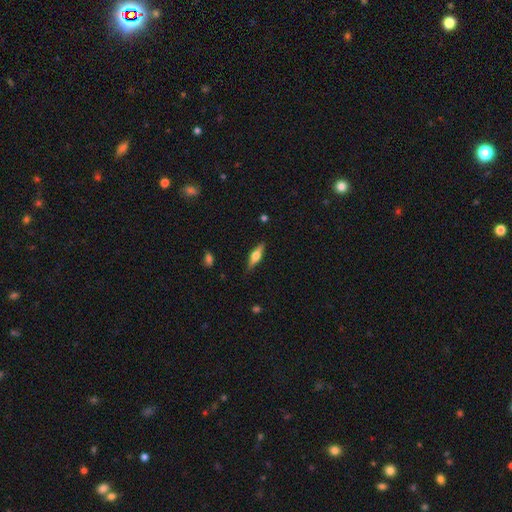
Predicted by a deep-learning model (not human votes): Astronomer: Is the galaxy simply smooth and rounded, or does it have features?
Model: featured or disk — 56% (runner-up: smooth, 37%).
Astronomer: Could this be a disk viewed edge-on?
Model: yes — 94%.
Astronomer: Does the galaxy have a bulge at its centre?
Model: rounded — 91%.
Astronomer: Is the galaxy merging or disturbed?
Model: none — 86%.